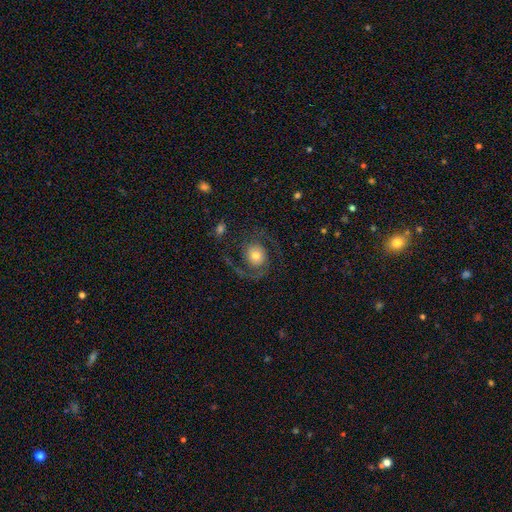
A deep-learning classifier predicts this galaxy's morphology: Smooth or featured? featured or disk (78%)
Edge-on disk? no (98%)
Bar? no (74%)
Spiral arms? yes (94%)
Spiral winding? medium (49%)
Spiral arm count? 2 (90%)
Bulge size? moderate (56%)
Merging? none (72%)